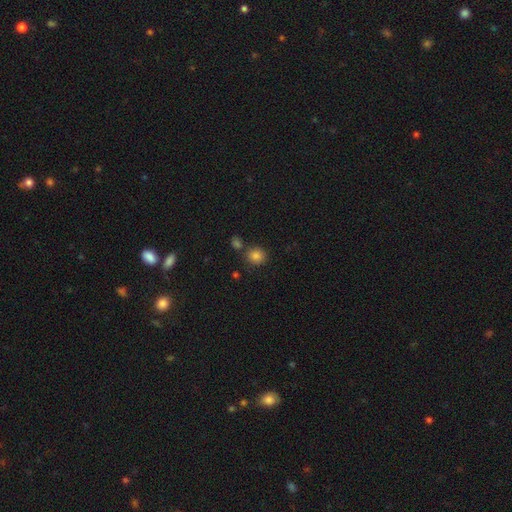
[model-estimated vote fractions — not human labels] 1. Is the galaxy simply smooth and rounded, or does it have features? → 83% smooth, 12% star or artifact, 5% featured or disk.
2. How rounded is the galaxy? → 80% round, 19% in between, 1% cigar-shaped.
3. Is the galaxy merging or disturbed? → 72% none, 15% merger, 10% minor disturbance, 3% major disturbance.